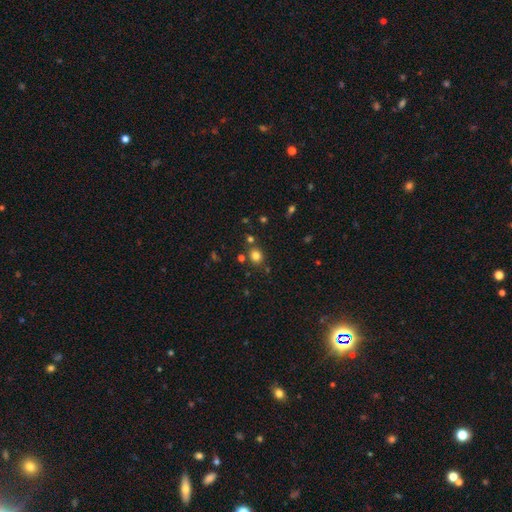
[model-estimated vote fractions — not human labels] Smooth or featured?
  - smooth: 78% *
  - star or artifact: 15%
  - featured or disk: 6%
How rounded?
  - round: 74% *
  - in between: 25%
  - cigar-shaped: 1%
Merging?
  - none: 79% *
  - minor disturbance: 9%
  - merger: 8%
  - major disturbance: 3%